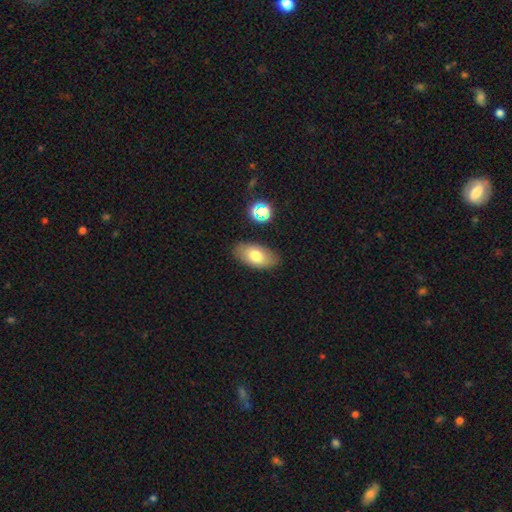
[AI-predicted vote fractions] The model was most divided on "smooth or featured": smooth: 75%, featured or disk: 17%, star or artifact: 8%. More confident: how rounded — in between (93%); merging — none (85%).